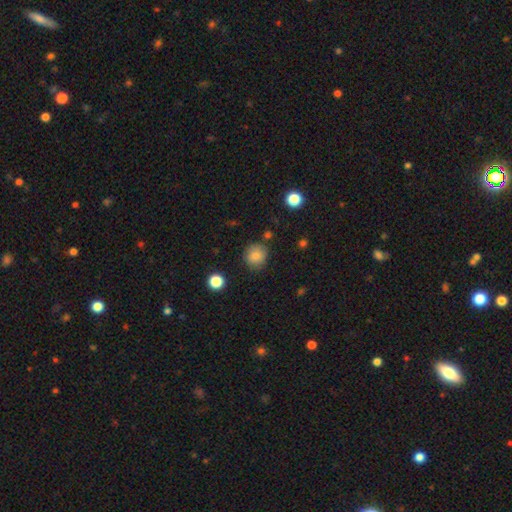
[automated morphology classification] A smooth galaxy with no disk features (82%) that is round (88%). Merging: none (82%).